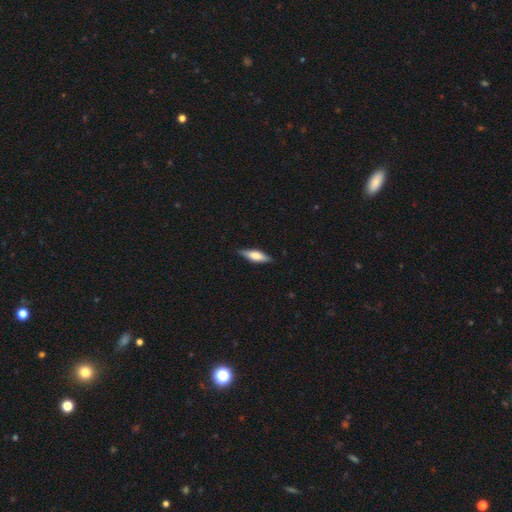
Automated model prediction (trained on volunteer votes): Smooth or featured?
  - smooth: 57% *
  - featured or disk: 37%
  - star or artifact: 6%
How rounded?
  - cigar-shaped: 52% *
  - in between: 46%
  - round: 2%
Merging?
  - none: 84% *
  - minor disturbance: 13%
  - major disturbance: 2%
  - merger: 1%